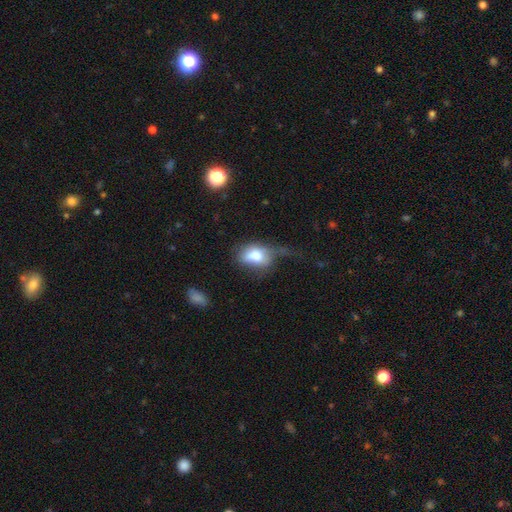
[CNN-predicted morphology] Smooth or featured? Predicted: smooth (p=0.73). How rounded? Predicted: in between (p=0.80). Merging? Predicted: major disturbance (p=0.38).